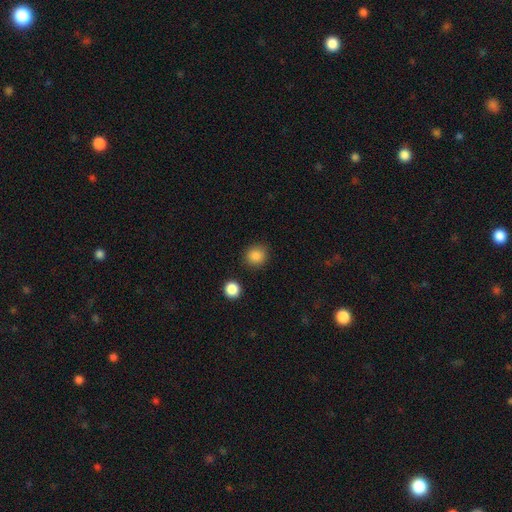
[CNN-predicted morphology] Smooth or featured? Predicted: smooth (p=0.86). How rounded? Predicted: round (p=0.87). Merging? Predicted: none (p=0.87).